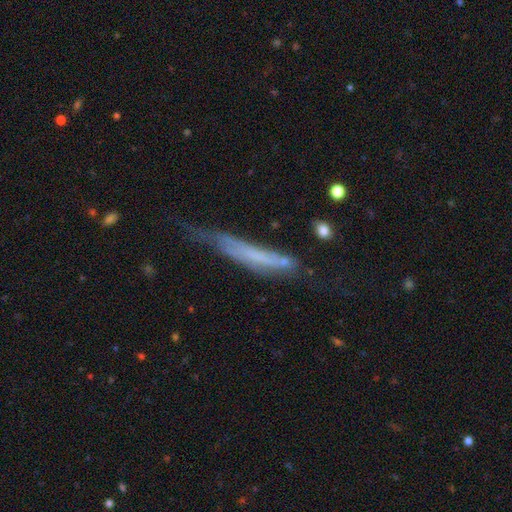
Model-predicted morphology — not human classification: Overall: featured or disk (47%; smooth 44%). Merging: none (39%; minor disturbance 33%).